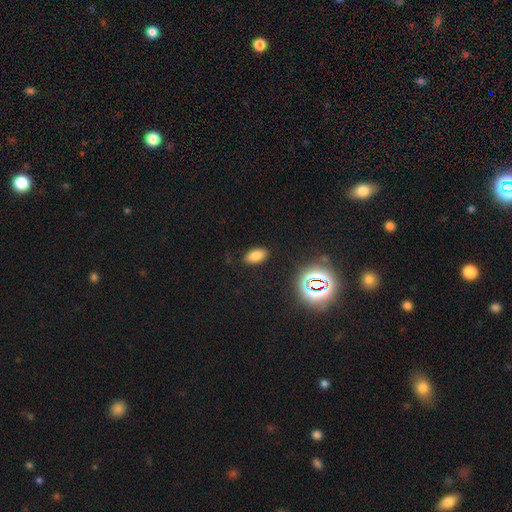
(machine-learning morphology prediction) smooth-or-featured: smooth: 75% | star or artifact: 18% | featured or disk: 7%
  how-rounded: in between: 92% | round: 5% | cigar-shaped: 4%
  merging: none: 87% | minor disturbance: 9% | major disturbance: 3% | merger: 1%